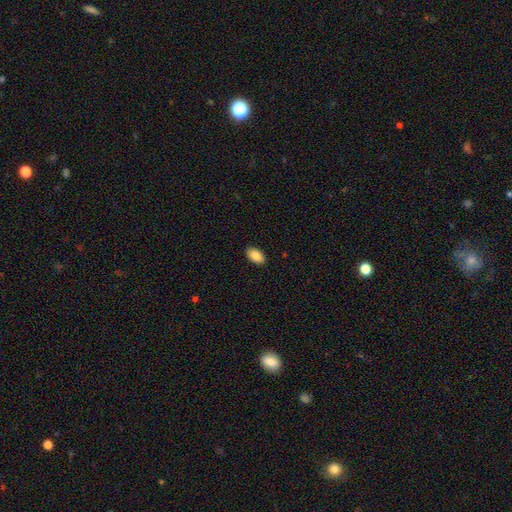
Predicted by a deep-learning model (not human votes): Morphology: type=smooth (89%); roundness=in between (94%); merging=none (90%).